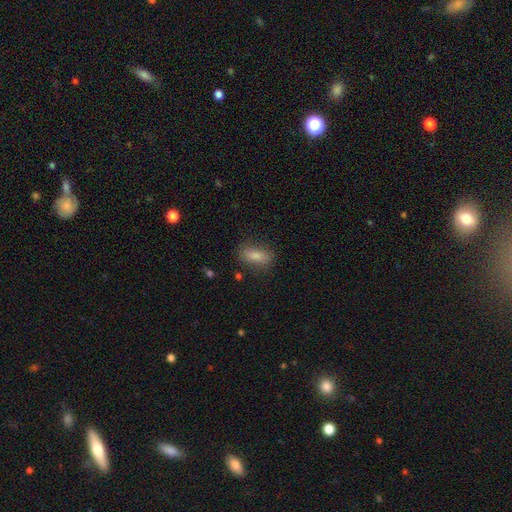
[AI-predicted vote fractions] Smooth or featured?
  - smooth: 83% *
  - featured or disk: 9%
  - star or artifact: 8%
How rounded?
  - in between: 82% *
  - cigar-shaped: 13%
  - round: 5%
Merging?
  - none: 79% *
  - minor disturbance: 15%
  - major disturbance: 5%
  - merger: 2%